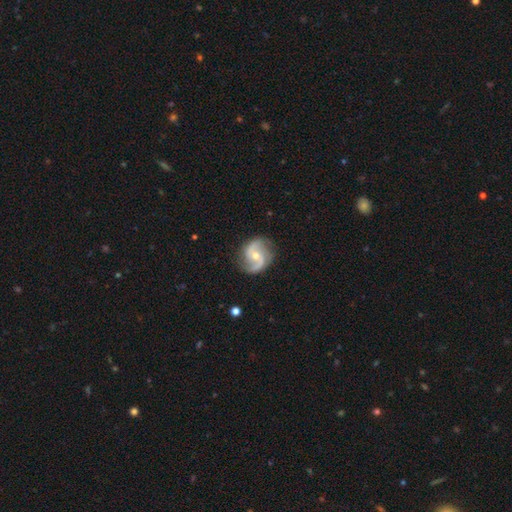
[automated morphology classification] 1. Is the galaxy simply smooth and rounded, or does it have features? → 89% featured or disk, 6% smooth, 5% star or artifact.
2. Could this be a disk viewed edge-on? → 98% no, 2% yes.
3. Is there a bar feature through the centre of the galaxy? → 51% no, 39% weak, 10% strong.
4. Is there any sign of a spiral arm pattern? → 97% yes, 3% no.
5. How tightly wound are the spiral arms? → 52% medium, 32% loose, 16% tight.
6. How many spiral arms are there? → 91% 2, 3% can't tell, 2% 1, 2% 3, 1% 4, 1% more than 4.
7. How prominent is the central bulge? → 50% moderate, 46% small, 1% large, 1% none, 1% dominant.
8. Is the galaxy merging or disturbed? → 80% none, 14% minor disturbance, 5% major disturbance, 1% merger.